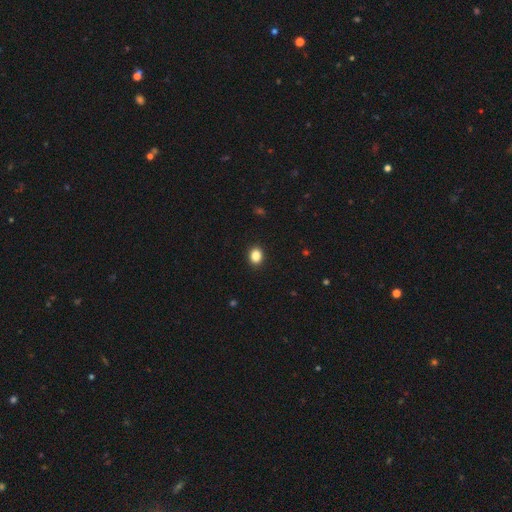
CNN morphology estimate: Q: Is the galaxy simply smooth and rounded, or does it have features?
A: smooth — 87%.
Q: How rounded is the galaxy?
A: in between — 55%.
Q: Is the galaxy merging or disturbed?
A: none — 91%.